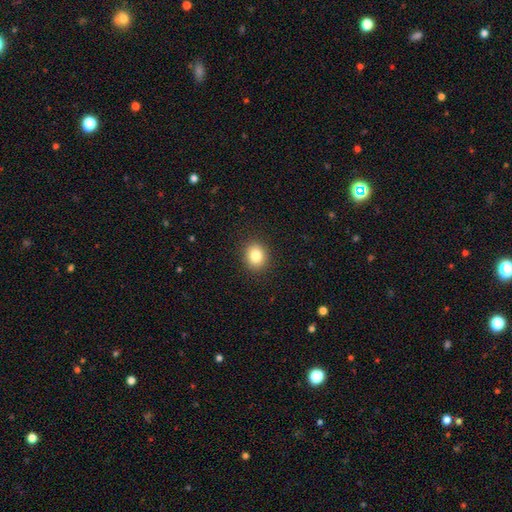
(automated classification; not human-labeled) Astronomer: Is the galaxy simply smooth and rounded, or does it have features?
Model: smooth — 83%.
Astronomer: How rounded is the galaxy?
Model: round — 72%.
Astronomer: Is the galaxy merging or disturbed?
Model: none — 90%.